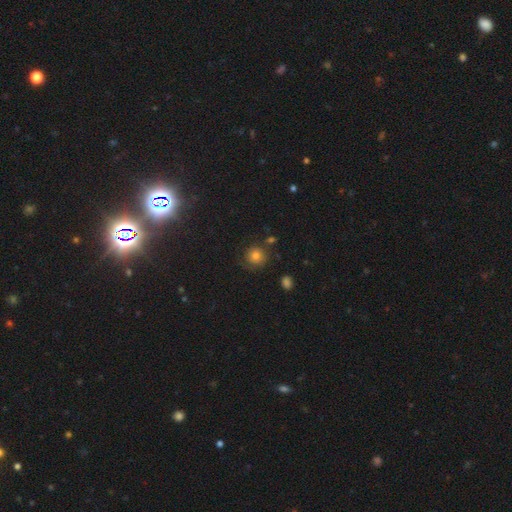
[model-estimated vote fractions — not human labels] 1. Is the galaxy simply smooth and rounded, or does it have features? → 73% smooth, 14% featured or disk, 13% star or artifact.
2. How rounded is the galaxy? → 90% round, 9% in between, 1% cigar-shaped.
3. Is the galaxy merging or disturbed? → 71% none, 17% minor disturbance, 8% major disturbance, 4% merger.